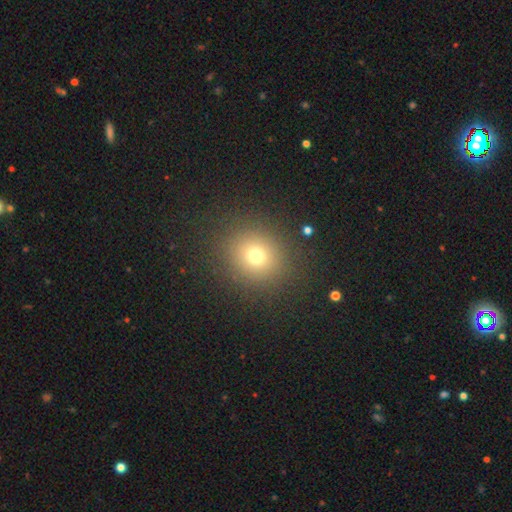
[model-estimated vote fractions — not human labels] Overall: smooth (71%). How rounded: round (84%). Merging: none (88%).